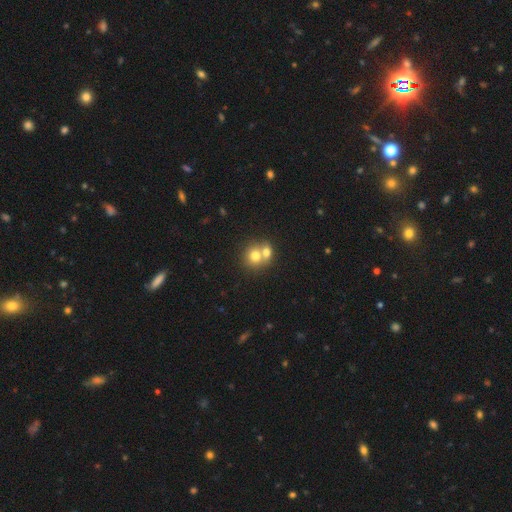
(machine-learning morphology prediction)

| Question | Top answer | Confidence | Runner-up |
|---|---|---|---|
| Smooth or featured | smooth | 73% | featured or disk (17%) |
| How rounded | round | 74% | in between (25%) |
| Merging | merger | 63% | none (29%) |